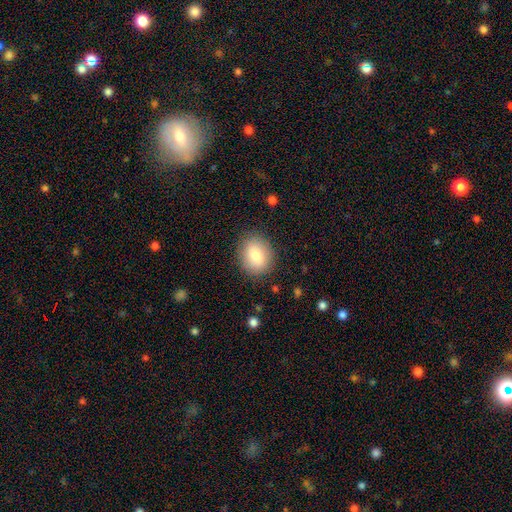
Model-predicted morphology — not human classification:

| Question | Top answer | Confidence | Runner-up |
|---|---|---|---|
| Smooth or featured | smooth | 80% | featured or disk (12%) |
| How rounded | round | 60% | in between (39%) |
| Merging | none | 86% | minor disturbance (10%) |